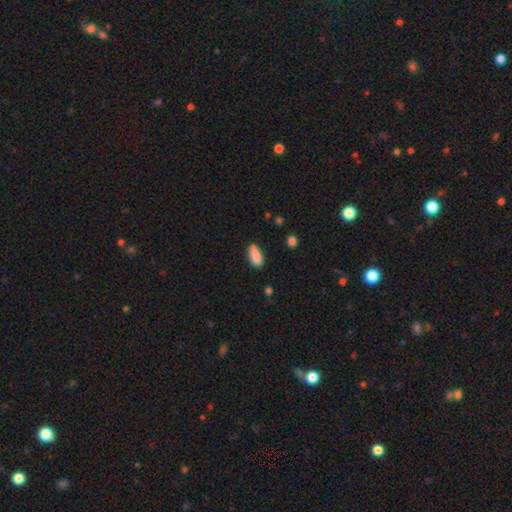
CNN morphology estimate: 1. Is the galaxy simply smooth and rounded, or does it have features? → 87% smooth, 8% star or artifact, 5% featured or disk.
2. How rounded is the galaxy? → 82% in between, 16% cigar-shaped, 2% round.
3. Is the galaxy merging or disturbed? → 73% none, 20% minor disturbance, 4% major disturbance, 3% merger.